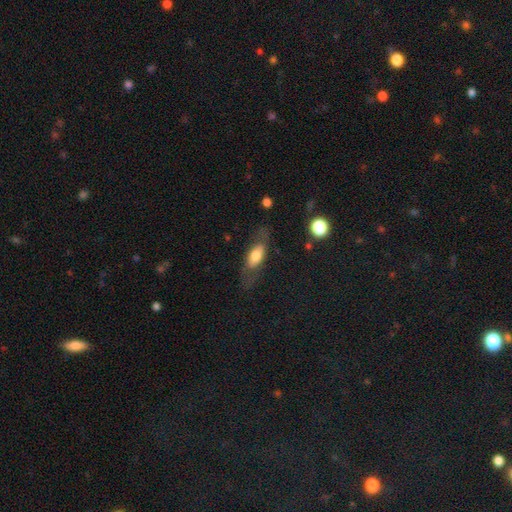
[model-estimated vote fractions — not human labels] This appears to be a smooth galaxy with no disk features (58%) that is in between round and cigar-shaped (71%). Merging: none (68%).